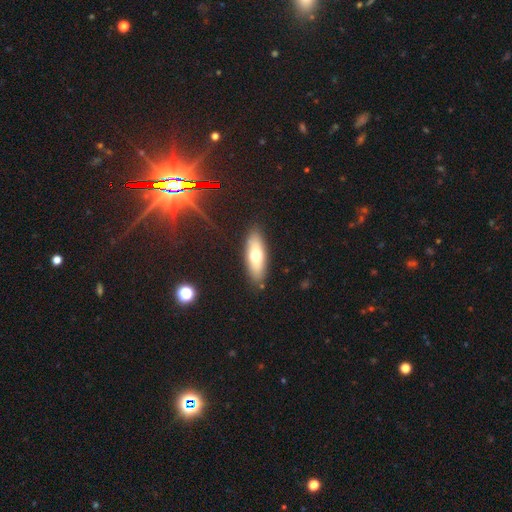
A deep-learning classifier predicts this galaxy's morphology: This appears to be a smooth galaxy with no disk features (65%) that is in between round and cigar-shaped (64%). Merging: none (86%).